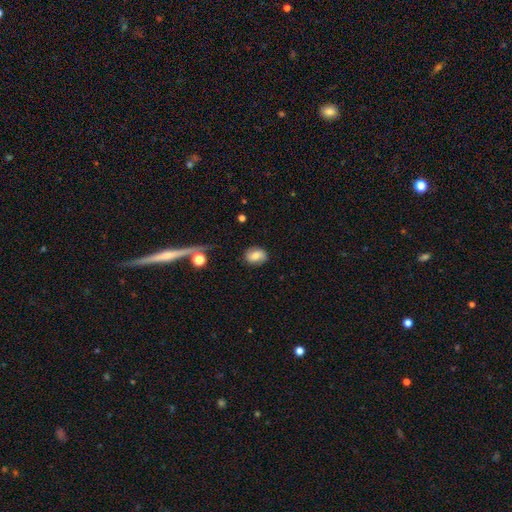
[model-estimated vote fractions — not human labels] Smooth or featured: smooth — 72% (featured or disk — 19%)
How rounded: in between — 62% (round — 36%)
Merging: none — 80% (minor disturbance — 15%)